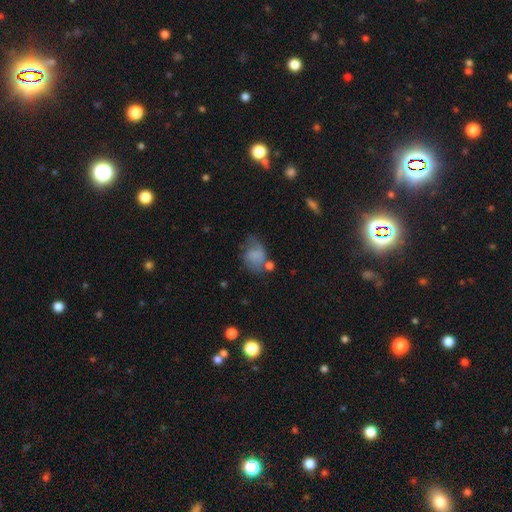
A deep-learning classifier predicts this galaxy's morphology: type=smooth (67%); roundness=in between (63%); merging=none (35%).